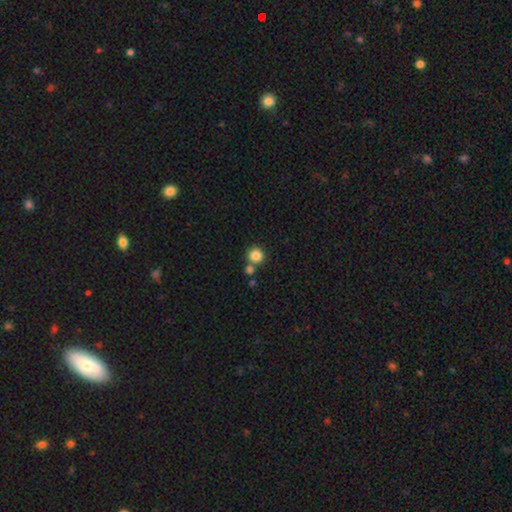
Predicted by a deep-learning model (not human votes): A smooth galaxy with no disk features (85%) that is round (91%). Merging: none (68%).